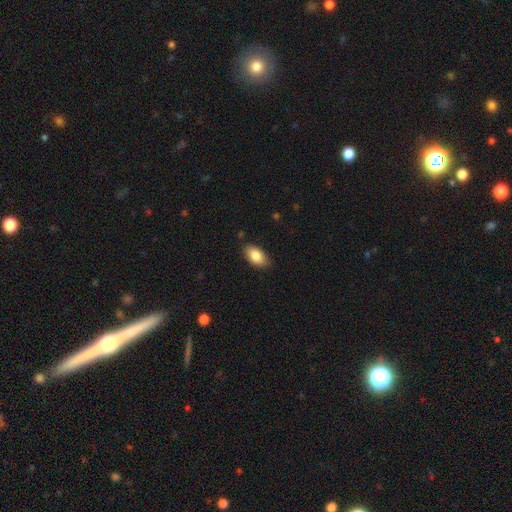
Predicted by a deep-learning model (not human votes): A smooth galaxy with no disk features (85%) that is in between round and cigar-shaped (93%). Merging: none (83%).